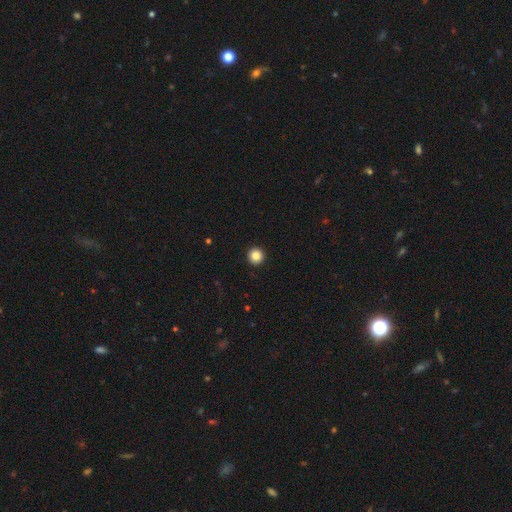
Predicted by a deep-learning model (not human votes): Smooth or featured? Predicted: smooth (p=0.86). How rounded? Predicted: round (p=0.96). Merging? Predicted: none (p=0.94).